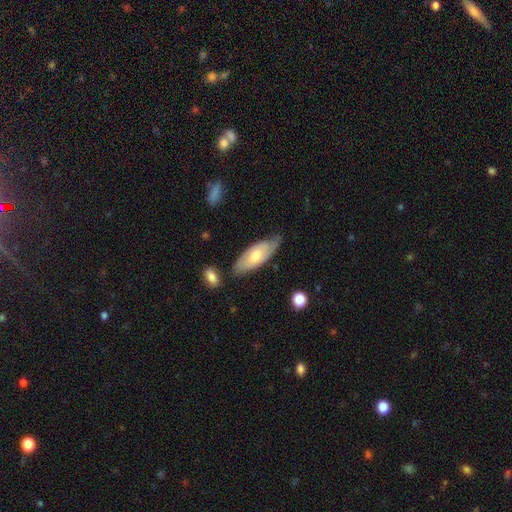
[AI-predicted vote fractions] Smooth or featured: smooth — 51% (featured or disk — 43%)
How rounded: in between — 79% (cigar-shaped — 18%)
Merging: none — 59% (minor disturbance — 30%)